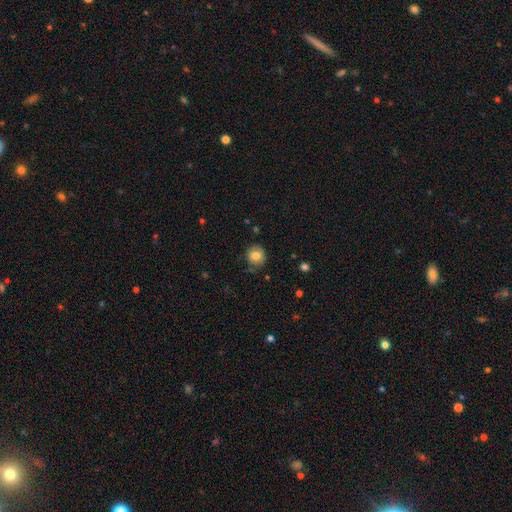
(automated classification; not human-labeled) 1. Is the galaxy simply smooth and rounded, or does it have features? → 80% smooth, 10% featured or disk, 10% star or artifact.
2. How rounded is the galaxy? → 88% round, 11% in between, 1% cigar-shaped.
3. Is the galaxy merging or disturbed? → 82% none, 13% minor disturbance, 3% major disturbance, 2% merger.